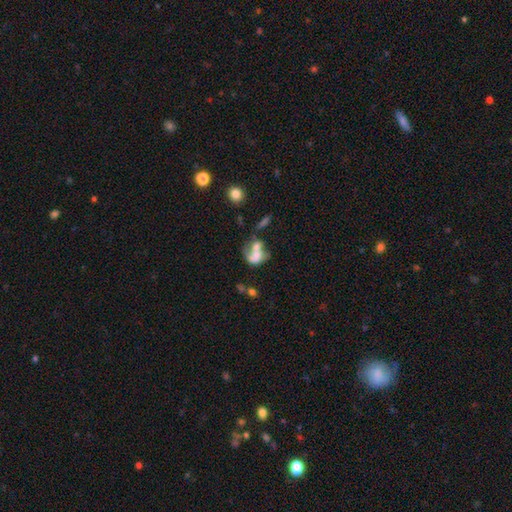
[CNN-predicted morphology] smooth-or-featured: smooth: 47% | featured or disk: 41% | star or artifact: 11%
  merging: merger: 49% | major disturbance: 22% | none: 18% | minor disturbance: 12%